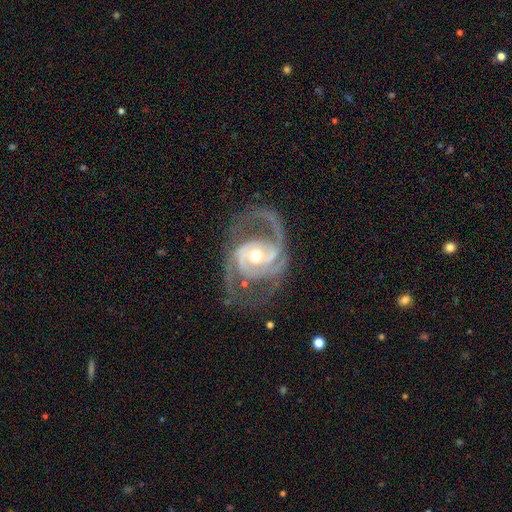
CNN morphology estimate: Smooth or featured? Predicted: featured or disk (p=0.92). Edge-on disk? Predicted: no (p=0.98). Bar? Predicted: no (p=0.48). Spiral arms? Predicted: yes (p=0.98). Spiral winding? Predicted: medium (p=0.54). Spiral arm count? Predicted: 2 (p=0.62). Bulge size? Predicted: moderate (p=0.68). Merging? Predicted: none (p=0.62).